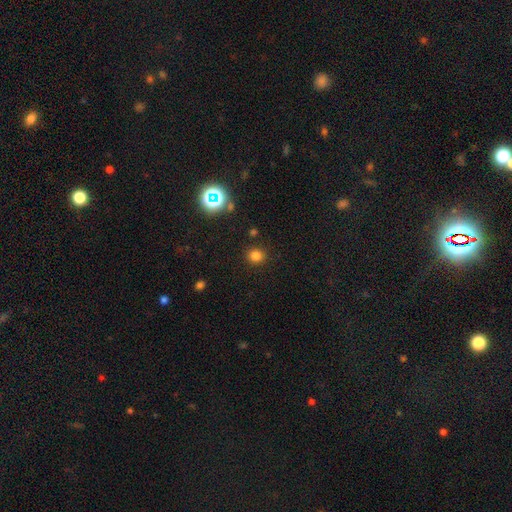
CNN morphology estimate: Smooth or featured: smooth — 77% (star or artifact — 18%)
How rounded: round — 88% (in between — 11%)
Merging: none — 89% (minor disturbance — 6%)